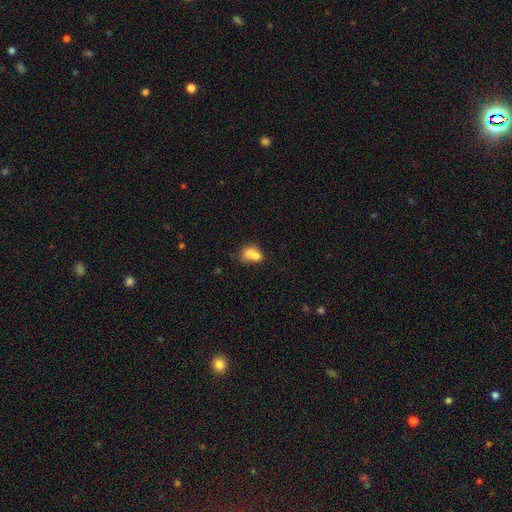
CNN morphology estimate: smooth-or-featured: smooth: 71% | featured or disk: 19% | star or artifact: 10%
  how-rounded: in between: 55% | round: 43% | cigar-shaped: 2%
  merging: merger: 64% | none: 23% | minor disturbance: 9% | major disturbance: 5%